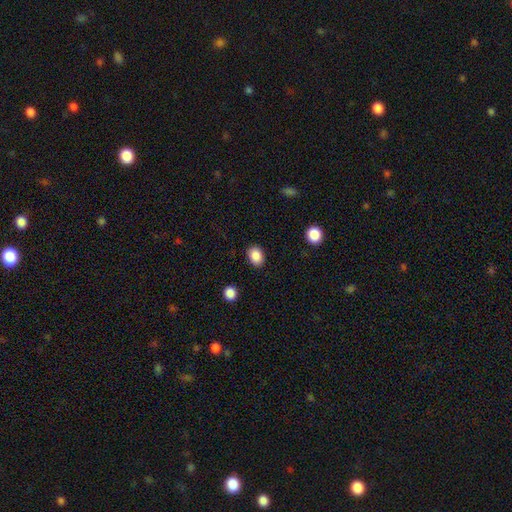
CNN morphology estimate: This appears to be a smooth galaxy with no disk features (88%) that is in between round and cigar-shaped (68%). Merging: none (87%).